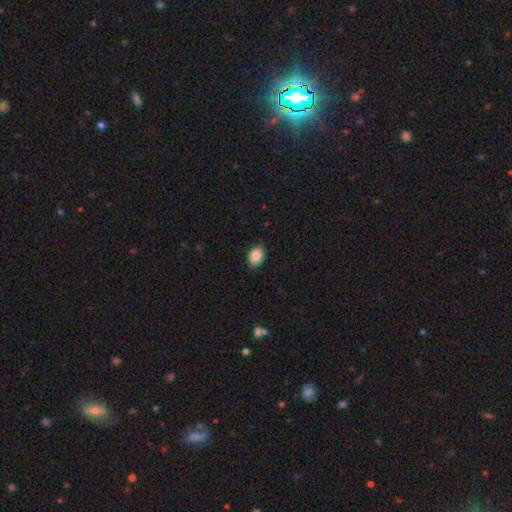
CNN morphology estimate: This appears to be a smooth galaxy with no disk features (87%) that is in between round and cigar-shaped (73%). Merging: none (87%).